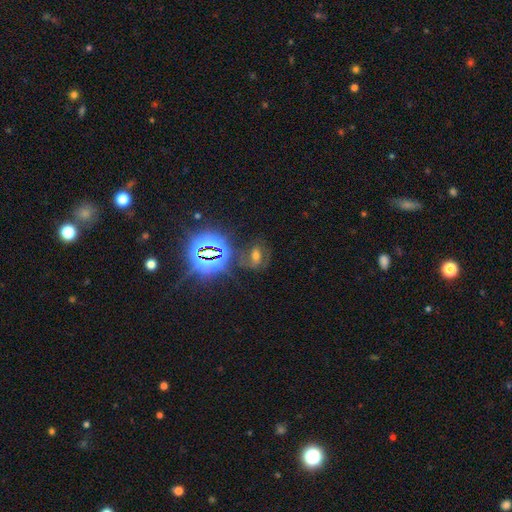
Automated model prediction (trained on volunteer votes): Smooth or featured? star or artifact (45%)